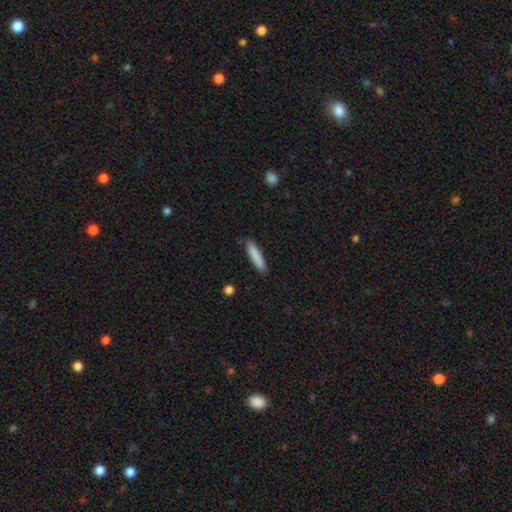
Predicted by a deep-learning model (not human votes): Smooth or featured? Predicted: smooth (p=0.85). How rounded? Predicted: cigar-shaped (p=0.87). Merging? Predicted: none (p=0.86).